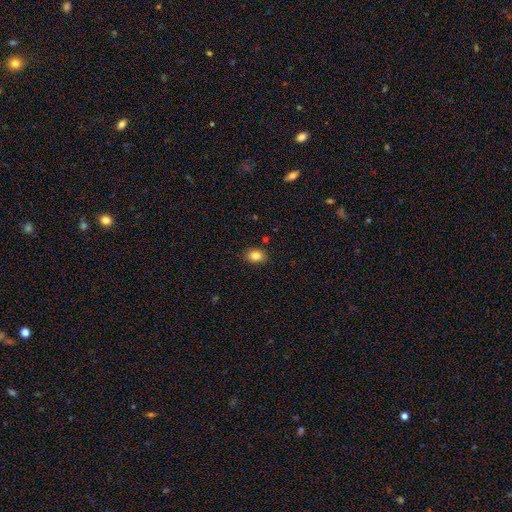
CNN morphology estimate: Smooth or featured?
  - smooth: 84% *
  - star or artifact: 10%
  - featured or disk: 6%
How rounded?
  - in between: 59% *
  - round: 40%
  - cigar-shaped: 1%
Merging?
  - none: 88% *
  - minor disturbance: 9%
  - major disturbance: 2%
  - merger: 1%